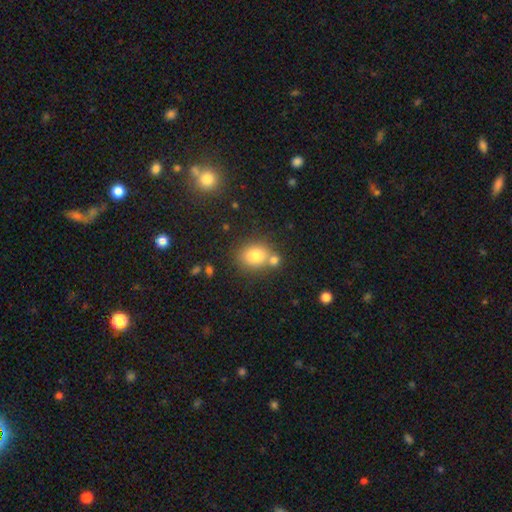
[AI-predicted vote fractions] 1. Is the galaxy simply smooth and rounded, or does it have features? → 78% smooth, 11% star or artifact, 11% featured or disk.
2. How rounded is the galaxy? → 58% round, 41% in between, 1% cigar-shaped.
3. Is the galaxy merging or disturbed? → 59% none, 26% merger, 11% minor disturbance, 4% major disturbance.